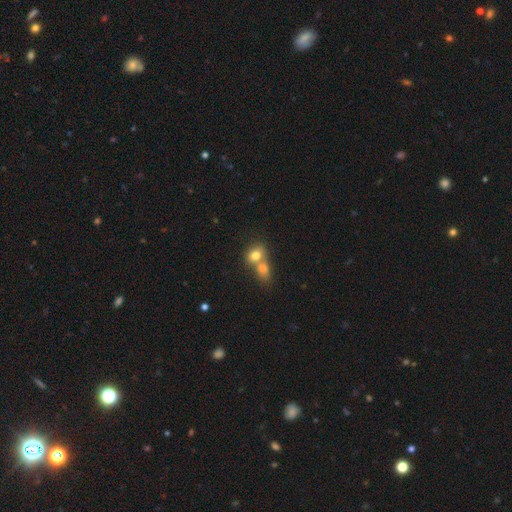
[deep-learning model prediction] smooth-or-featured: smooth: 77% | featured or disk: 13% | star or artifact: 10%
  how-rounded: in between: 59% | round: 40% | cigar-shaped: 2%
  merging: merger: 66% | none: 24% | minor disturbance: 7% | major disturbance: 3%